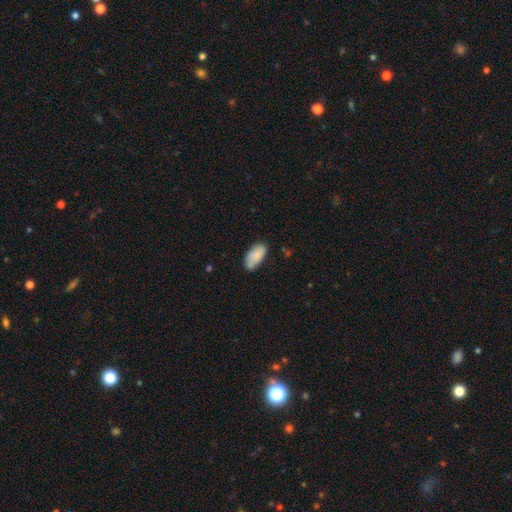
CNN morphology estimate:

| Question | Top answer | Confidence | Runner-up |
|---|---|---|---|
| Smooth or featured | smooth | 83% | featured or disk (10%) |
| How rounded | in between | 93% | cigar-shaped (5%) |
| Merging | none | 64% | minor disturbance (28%) |